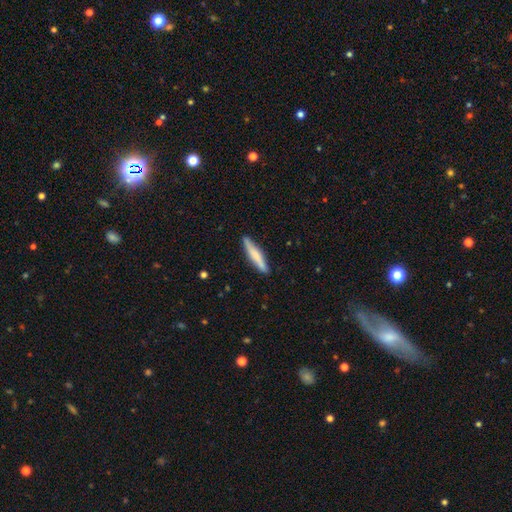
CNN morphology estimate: A smooth galaxy with no disk features (64%) that is cigar-shaped (91%).

Vote fractions:
- Smooth or featured? smooth: 64% / featured or disk: 31% / star or artifact: 6%
- How rounded? cigar-shaped: 91% / in between: 8% / round: 1%
- Merging? none: 88% / minor disturbance: 9% / major disturbance: 2% / merger: 1%